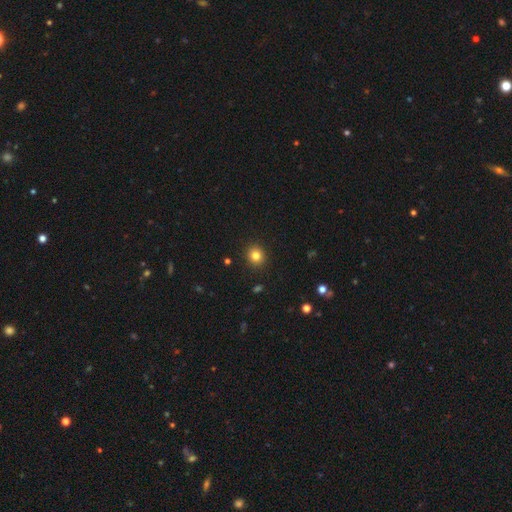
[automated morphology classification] A smooth galaxy with no disk features (82%) that is round (83%).

Vote fractions:
- Smooth or featured? smooth: 82% / star or artifact: 12% / featured or disk: 6%
- How rounded? round: 83% / in between: 16% / cigar-shaped: 1%
- Merging? none: 92% / minor disturbance: 6% / major disturbance: 2% / merger: 1%